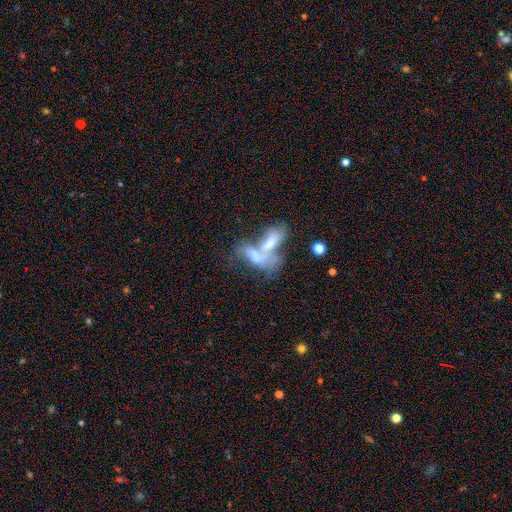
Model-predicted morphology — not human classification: A smooth galaxy with no disk features (50%).

Vote fractions:
- Smooth or featured? smooth: 50% / featured or disk: 40% / star or artifact: 10%
- Merging? merger: 75% / major disturbance: 11% / none: 9% / minor disturbance: 5%